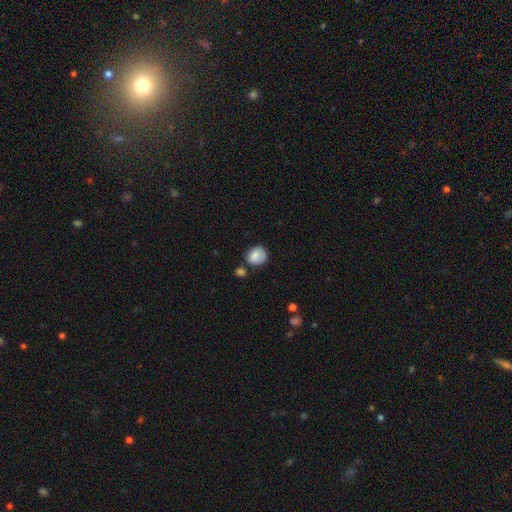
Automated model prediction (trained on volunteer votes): smooth_or_featured: smooth (p=0.83) [alt: featured or disk p=0.09]
how_rounded: round (p=0.66) [alt: in between p=0.33]
merging: none (p=0.63) [alt: minor disturbance p=0.20]